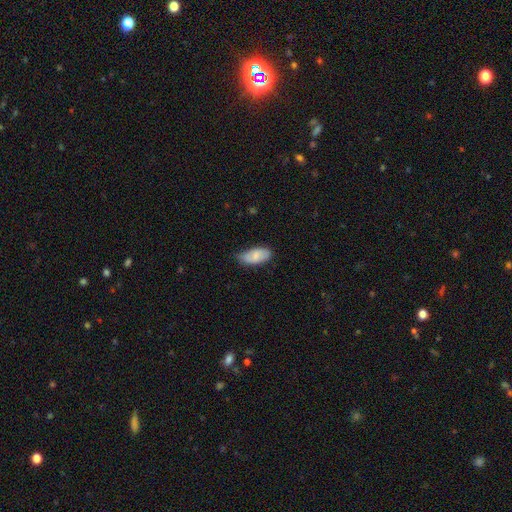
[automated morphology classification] Smooth or featured? Predicted: smooth (p=0.81). How rounded? Predicted: in between (p=0.92). Merging? Predicted: none (p=0.66).